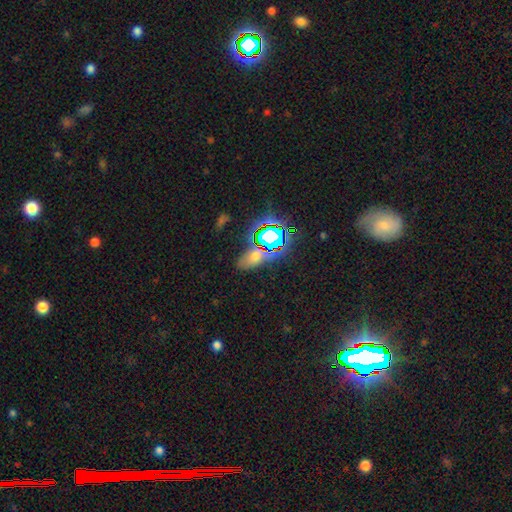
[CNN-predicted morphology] smooth_or_featured: smooth (p=0.44) [alt: star or artifact p=0.43]
merging: none (p=0.66) [alt: minor disturbance p=0.16]